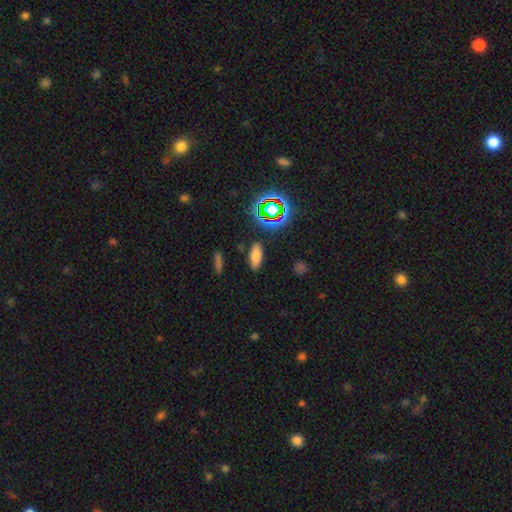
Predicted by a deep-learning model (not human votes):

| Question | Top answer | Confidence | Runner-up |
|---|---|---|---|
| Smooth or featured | smooth | 73% | star or artifact (18%) |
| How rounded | in between | 79% | cigar-shaped (18%) |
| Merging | none | 86% | minor disturbance (9%) |